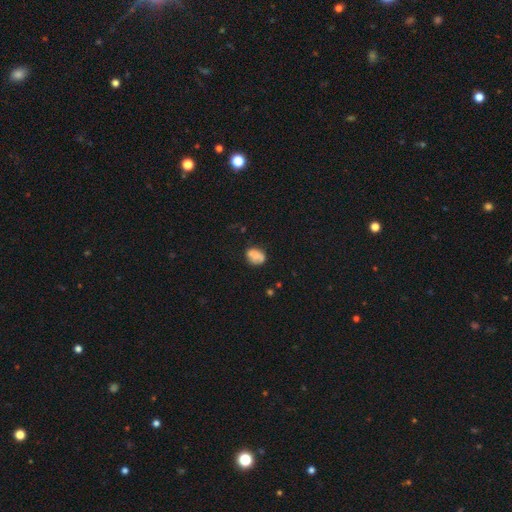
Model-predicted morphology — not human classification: smooth 68%, featured or disk 22%, star or artifact 9%. Down the decision tree: how rounded — in between (65%); merging — none (61%).